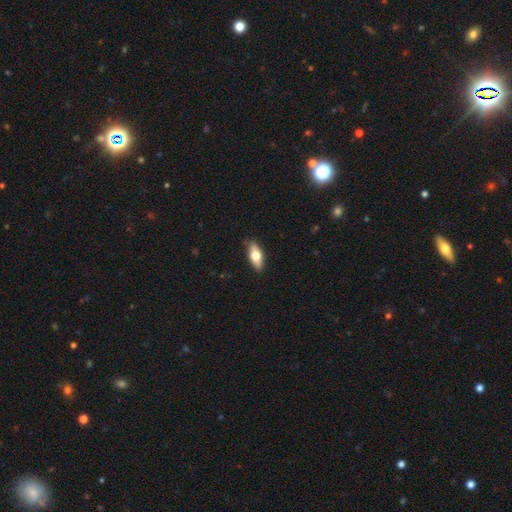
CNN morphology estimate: Q: Smooth or featured?
A: smooth (62%); runner-up: featured or disk (32%)
Q: How rounded?
A: in between (75%); runner-up: cigar-shaped (21%)
Q: Merging?
A: none (85%); runner-up: minor disturbance (12%)